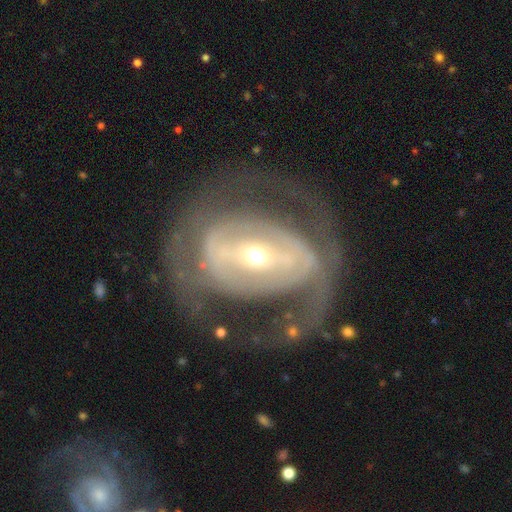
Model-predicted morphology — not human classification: This is clearly a featured or disk galaxy (83%). It is clearly not viewed edge-on (94%). Bar: possibly strong (57%). Spiral arm pattern: likely yes (65%). Spiral arm count: possibly 2 (53%). Spiral winding: possibly tight (48%). Central bulge: likely small (63%). Merging: likely none (62%).